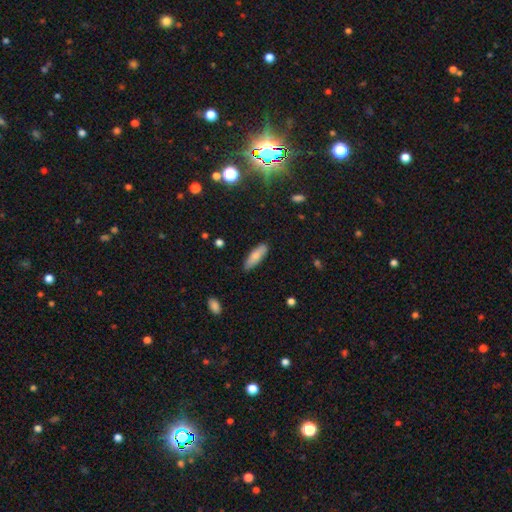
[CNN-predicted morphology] Smooth or featured? Predicted: smooth (p=0.80). How rounded? Predicted: cigar-shaped (p=0.50). Merging? Predicted: none (p=0.85).